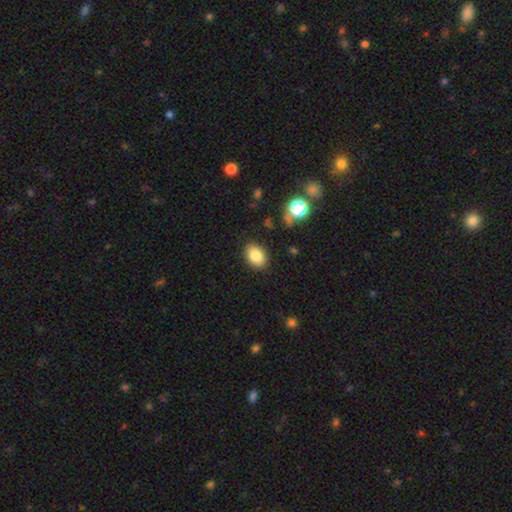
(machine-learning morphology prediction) This is clearly a smooth galaxy (84%). How rounded: clearly in between (81%). Merging: clearly none (86%).